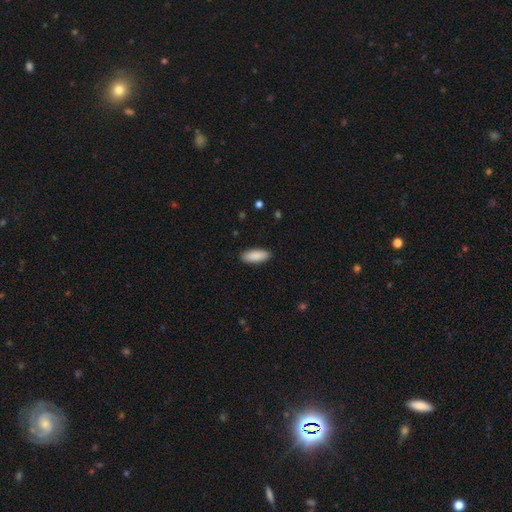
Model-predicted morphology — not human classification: The model was most divided on "how rounded": in between: 77%, cigar-shaped: 21%, round: 2%. More confident: smooth or featured — smooth (90%); merging — none (90%).